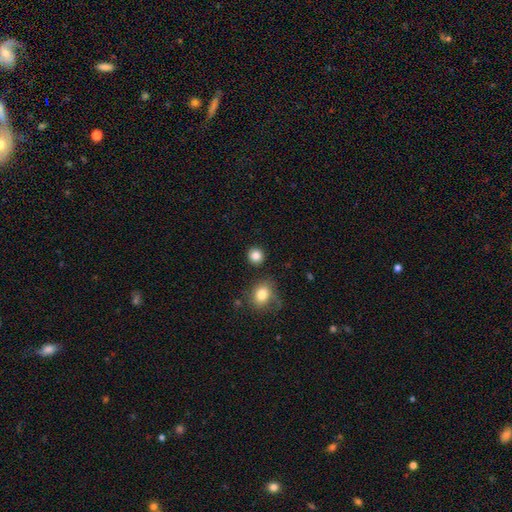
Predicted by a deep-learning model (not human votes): Smooth or featured? smooth (85%)
How rounded? round (90%)
Merging? none (87%)